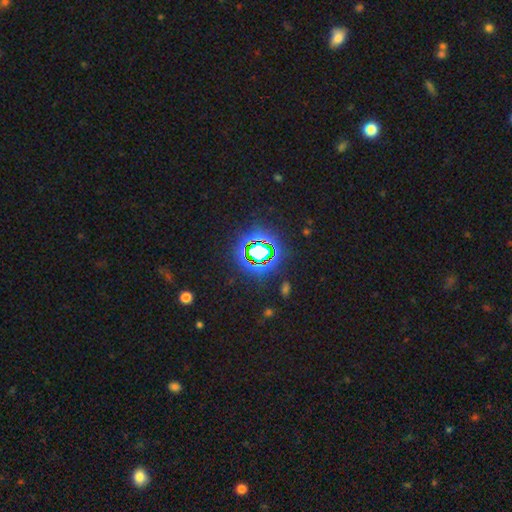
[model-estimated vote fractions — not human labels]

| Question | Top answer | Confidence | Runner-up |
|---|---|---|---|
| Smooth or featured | star or artifact | 72% | smooth (18%) |